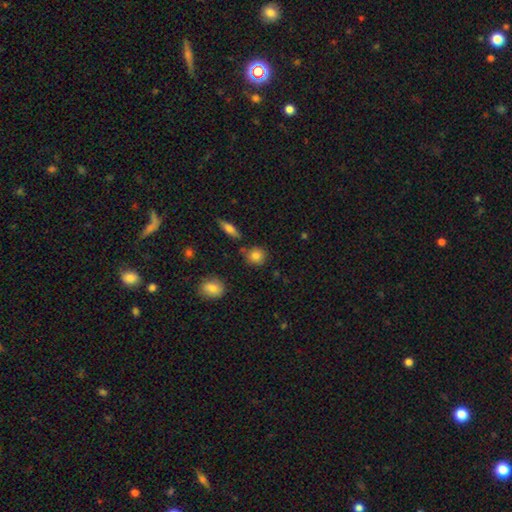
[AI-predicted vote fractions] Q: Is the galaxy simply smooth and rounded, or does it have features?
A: smooth — 83%.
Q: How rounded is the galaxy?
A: round — 85%.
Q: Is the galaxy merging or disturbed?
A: none — 80%.